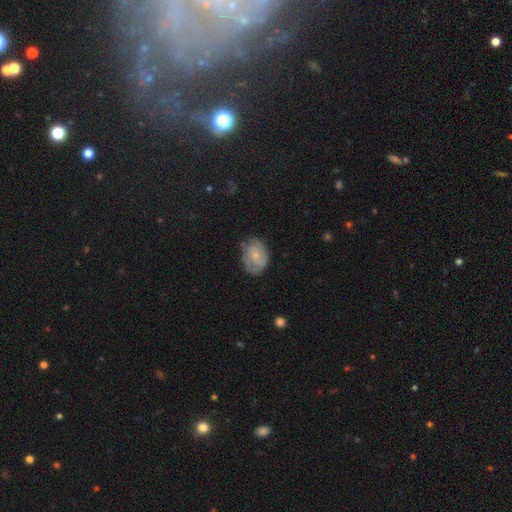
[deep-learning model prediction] Smooth or featured: smooth — 57% (featured or disk — 36%)
How rounded: in between — 70% (round — 29%)
Merging: none — 55% (minor disturbance — 32%)